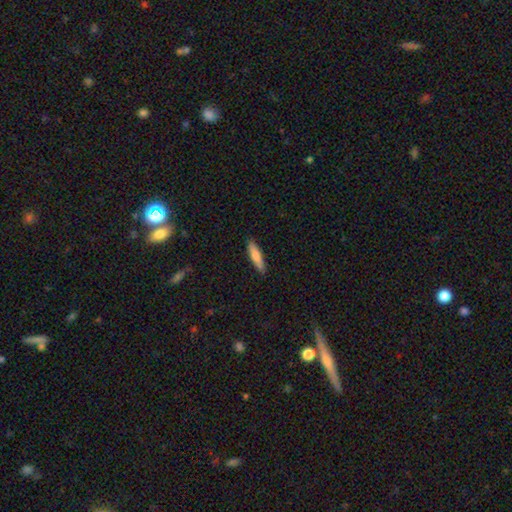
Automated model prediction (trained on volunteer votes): This appears to be a smooth galaxy with no disk features (76%) that is cigar-shaped (80%). Merging: none (89%).